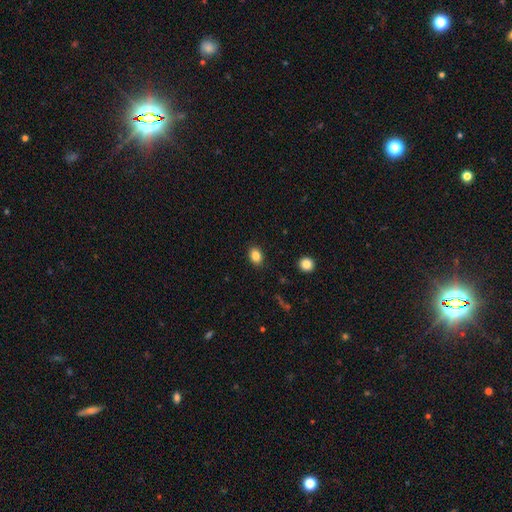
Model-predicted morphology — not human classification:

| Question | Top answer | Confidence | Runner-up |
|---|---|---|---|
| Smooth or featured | smooth | 85% | star or artifact (10%) |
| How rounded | in between | 68% | round (31%) |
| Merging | none | 88% | minor disturbance (8%) |